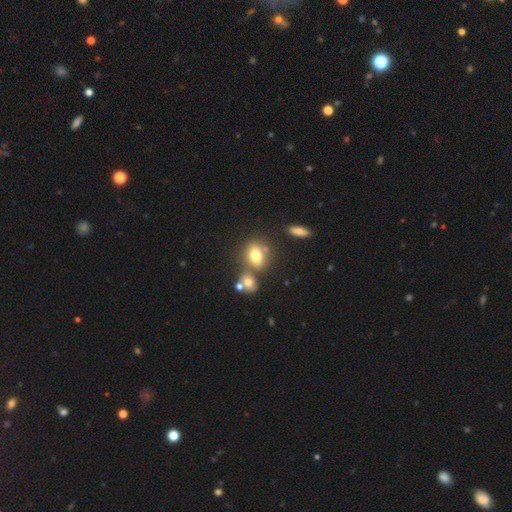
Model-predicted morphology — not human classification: Smooth or featured: smooth — 75% (featured or disk — 14%)
How rounded: in between — 64% (round — 34%)
Merging: none — 53% (merger — 29%)